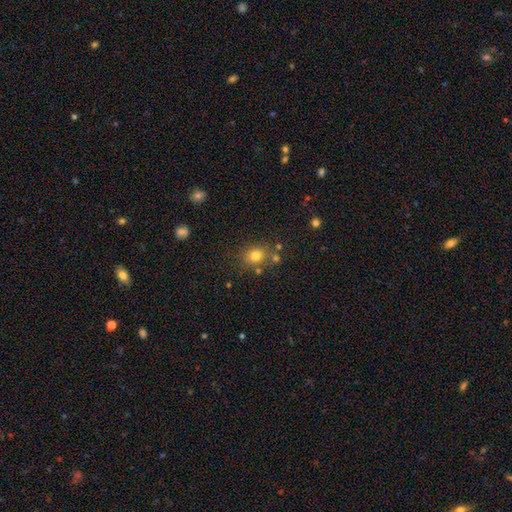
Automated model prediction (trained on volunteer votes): The model was most divided on "how rounded": round: 60%, in between: 39%, cigar-shaped: 1%. More confident: smooth or featured — smooth (78%); merging — none (72%).